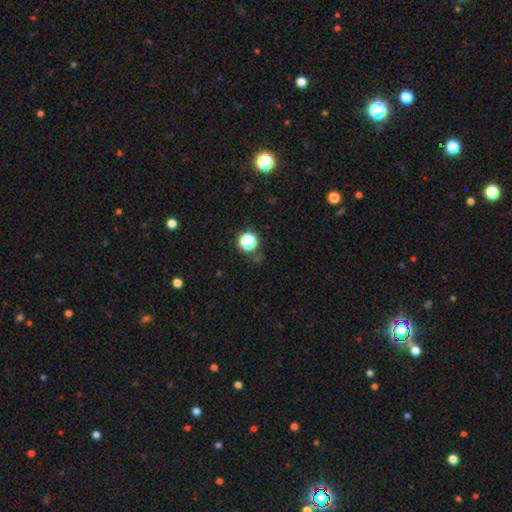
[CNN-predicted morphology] A star or artifact, not a galaxy (63%).